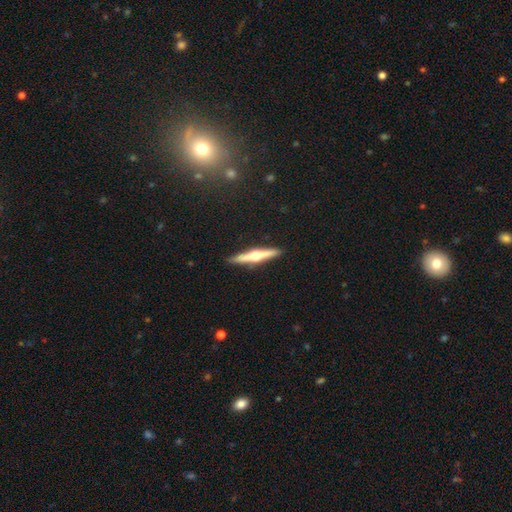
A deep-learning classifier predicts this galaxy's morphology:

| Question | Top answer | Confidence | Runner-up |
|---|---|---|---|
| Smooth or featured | featured or disk | 72% | smooth (23%) |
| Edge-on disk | yes | 98% | no (2%) |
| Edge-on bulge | rounded | 94% | none (3%) |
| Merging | none | 91% | minor disturbance (6%) |